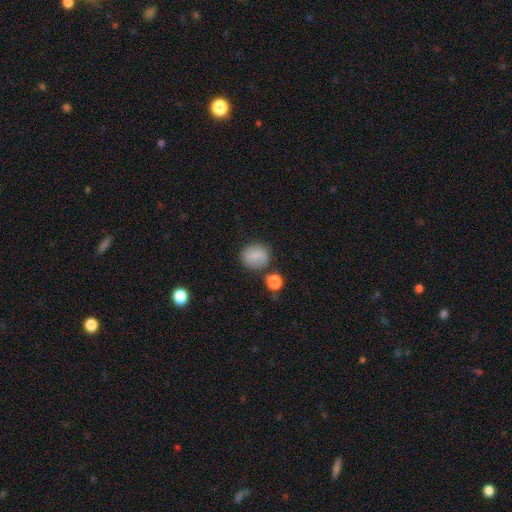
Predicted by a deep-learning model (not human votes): Smooth or featured: smooth — 80% (featured or disk — 11%)
How rounded: round — 79% (in between — 20%)
Merging: none — 77% (minor disturbance — 13%)